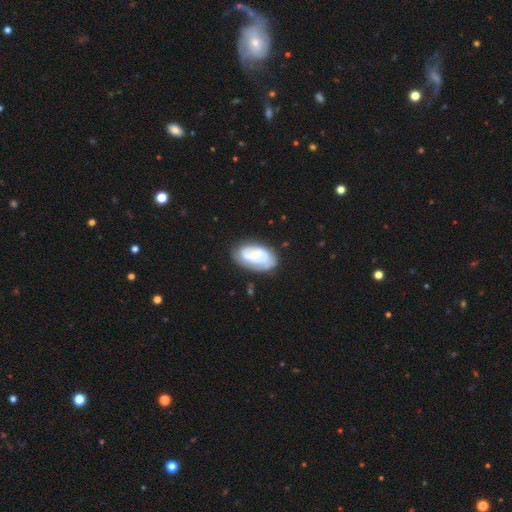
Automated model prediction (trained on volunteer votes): smooth-or-featured: featured or disk: 61% | smooth: 32% | star or artifact: 7%
  disk-edge-on: no: 96% | yes: 4%
    bar: no: 49% | weak: 39% | strong: 11%
    has-spiral-arms: yes: 86% | no: 14%
      spiral-winding: tight: 42% | medium: 39% | loose: 19%
      spiral-arm-count: 2: 51% | can't tell: 27% | 3: 9% | 1: 8% | 4: 2% | more than 4: 2%
    bulge-size: small: 52% | moderate: 24% | none: 17% | large: 5% | dominant: 2%
  merging: none: 68% | minor disturbance: 21% | major disturbance: 8% | merger: 3%